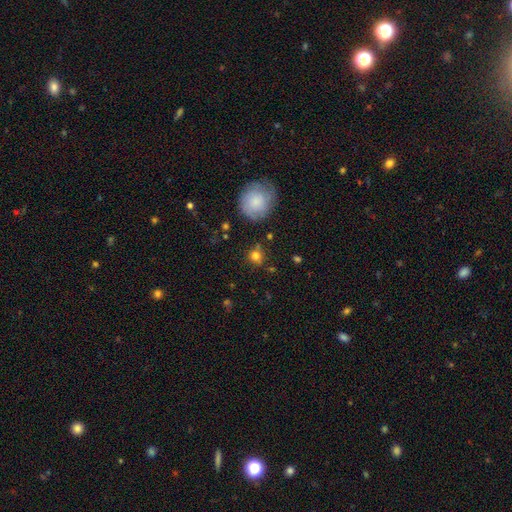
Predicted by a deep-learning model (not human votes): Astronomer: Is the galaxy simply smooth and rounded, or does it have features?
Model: smooth — 78%.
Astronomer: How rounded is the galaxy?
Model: round — 86%.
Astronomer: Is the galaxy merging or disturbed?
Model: none — 76%.